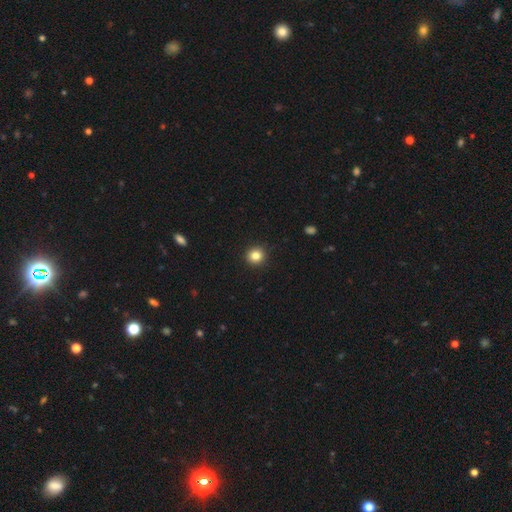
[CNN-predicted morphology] Smooth or featured: smooth — 83% (star or artifact — 11%)
How rounded: round — 93% (in between — 6%)
Merging: none — 93% (minor disturbance — 5%)